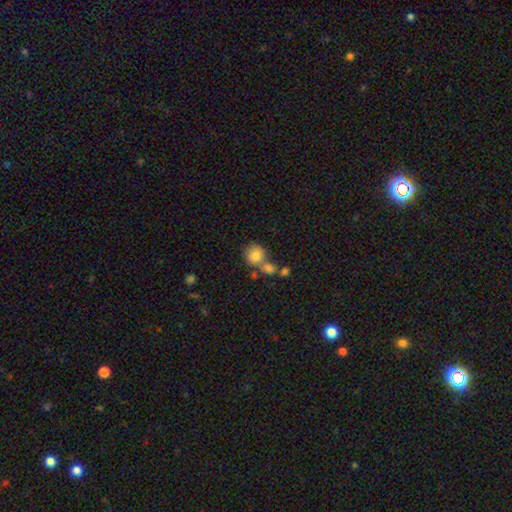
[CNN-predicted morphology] smooth-or-featured: smooth: 79% | featured or disk: 12% | star or artifact: 9%
  how-rounded: round: 84% | in between: 15% | cigar-shaped: 1%
  merging: none: 49% | merger: 35% | minor disturbance: 12% | major disturbance: 5%